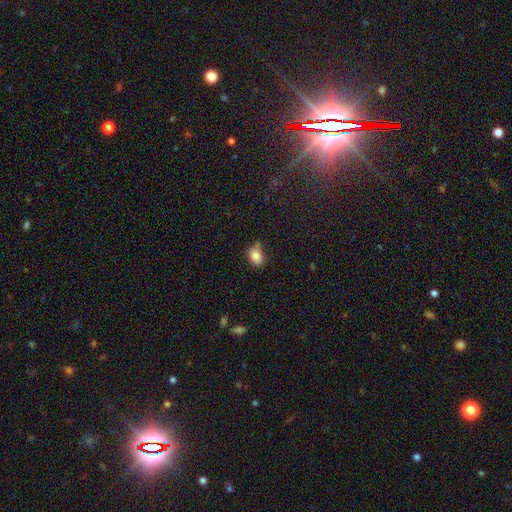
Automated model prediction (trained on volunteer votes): Smooth or featured: smooth — 80% (featured or disk — 10%)
How rounded: in between — 77% (round — 21%)
Merging: none — 52% (minor disturbance — 32%)